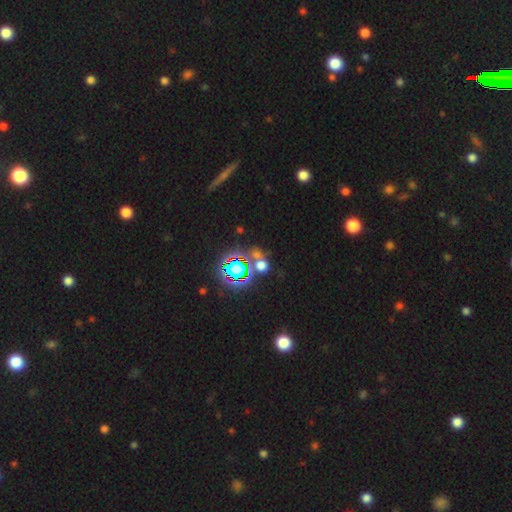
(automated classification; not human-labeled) Smooth or featured?
  - star or artifact: 59% *
  - smooth: 28%
  - featured or disk: 13%